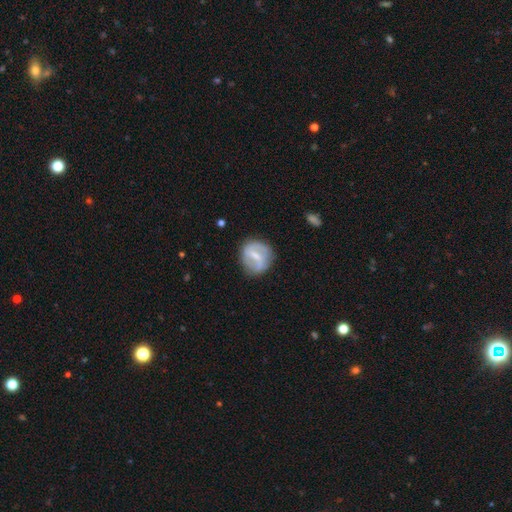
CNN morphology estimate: Overall: featured or disk (62%; smooth 32%). Edge-on disk: no (96%). Bar: weak (46%; strong 39%). Spiral arms: yes (62%; no 38%). Bulge size: small (46%; moderate 40%). Merging: none (72%).